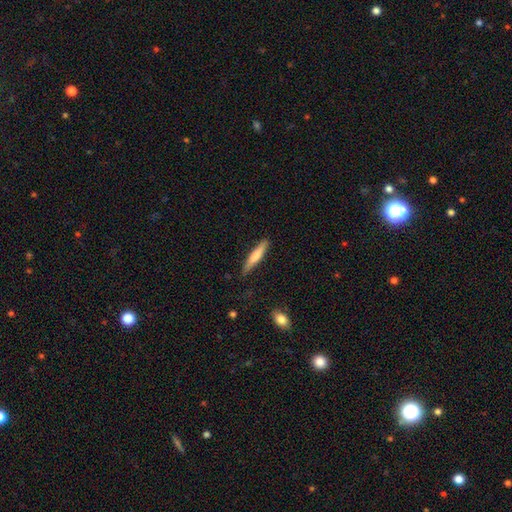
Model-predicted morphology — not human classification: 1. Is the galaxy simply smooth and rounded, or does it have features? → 64% smooth, 30% featured or disk, 5% star or artifact.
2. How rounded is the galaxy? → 90% cigar-shaped, 9% in between, 1% round.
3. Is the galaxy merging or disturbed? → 84% none, 12% minor disturbance, 2% major disturbance, 1% merger.